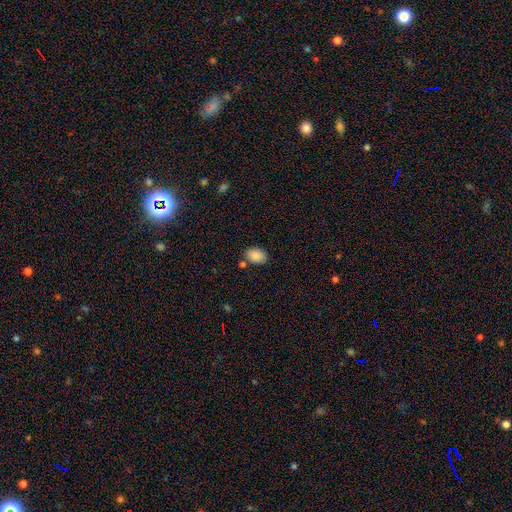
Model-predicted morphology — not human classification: type=smooth (87%); roundness=in between (83%); merging=none (75%).